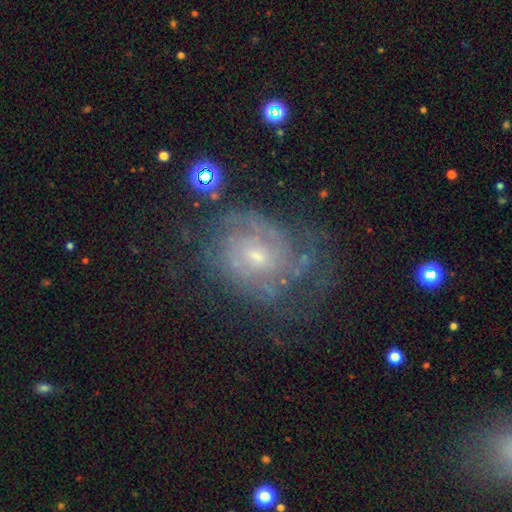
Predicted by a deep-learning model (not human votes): featured or disk 79%, smooth 13%, star or artifact 8%. Down the decision tree: edge-on disk — no (97%); bar — no (59%); spiral arms — yes (87%); spiral arm count — can't tell (47%); spiral winding — tight (58%); bulge size — small (59%); merging — none (60%).